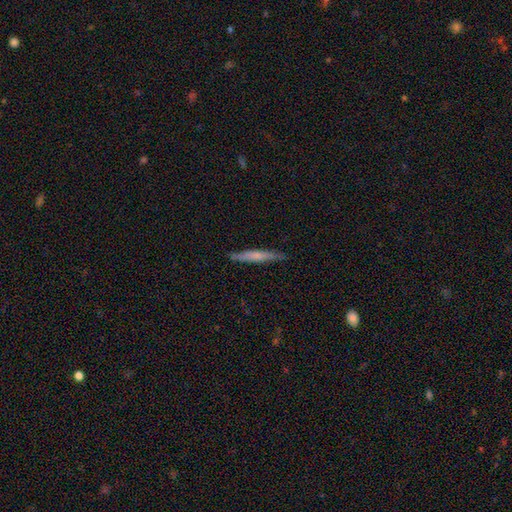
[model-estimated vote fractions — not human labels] smooth 53%, featured or disk 41%, star or artifact 6%. Down the decision tree: how rounded — cigar-shaped (95%); merging — none (85%).